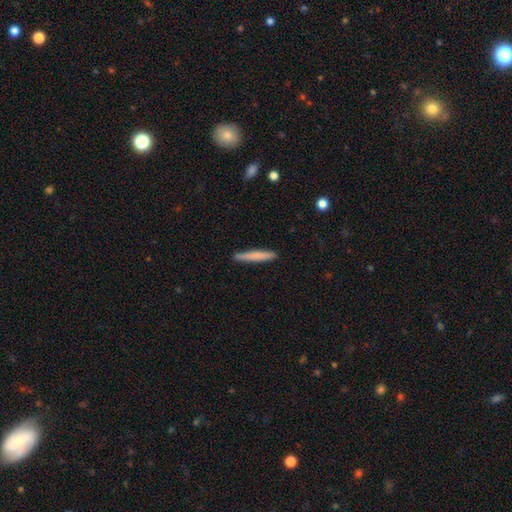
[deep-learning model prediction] Smooth or featured? Predicted: smooth (p=0.73). How rounded? Predicted: cigar-shaped (p=0.96). Merging? Predicted: none (p=0.90).